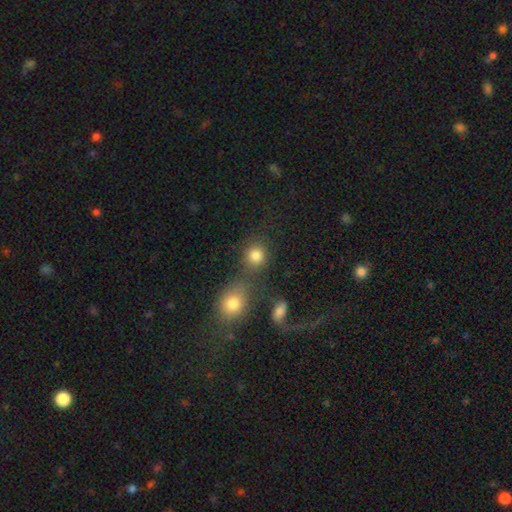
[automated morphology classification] A smooth galaxy with no disk features (82%) that is round (83%). Merging: none (61%).